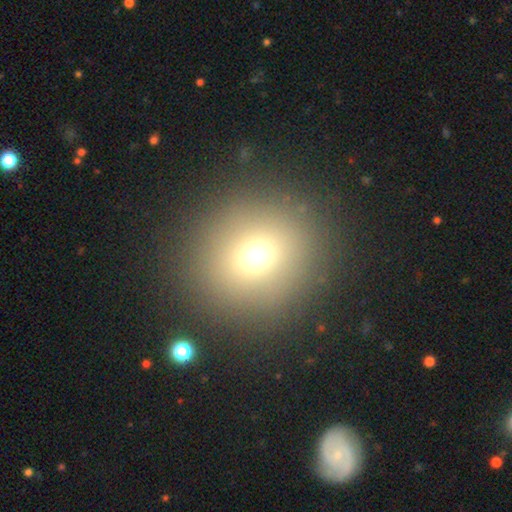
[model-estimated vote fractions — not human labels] This appears to be a smooth galaxy with no disk features (68%) that is round (88%). Merging: none (87%).